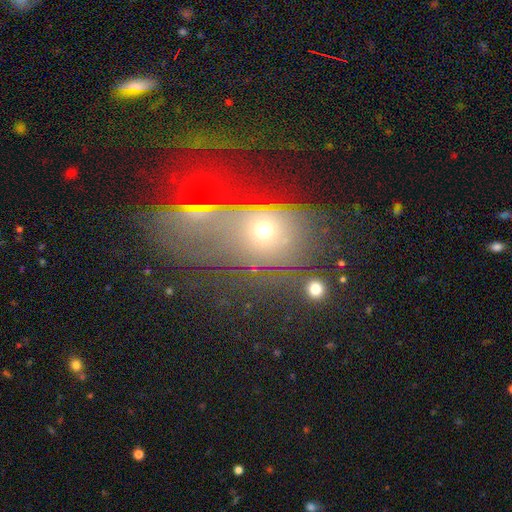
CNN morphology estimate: smooth_or_featured: featured or disk (p=0.39) [alt: smooth p=0.36]
merging: major disturbance (p=0.36) [alt: merger p=0.31]